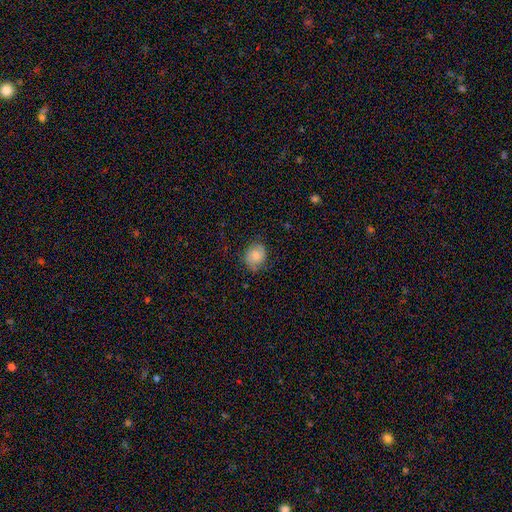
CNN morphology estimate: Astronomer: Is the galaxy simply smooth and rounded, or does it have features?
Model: smooth — 62%.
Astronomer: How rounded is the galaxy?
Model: round — 62% (runner-up: in between, 37%).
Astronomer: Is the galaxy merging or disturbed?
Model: none — 76%.